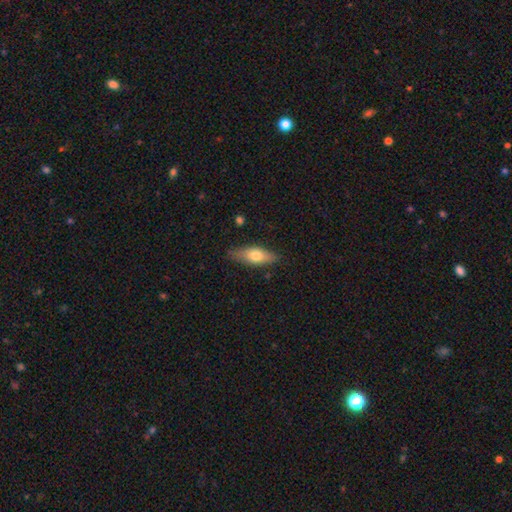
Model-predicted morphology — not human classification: Smooth or featured?
  - smooth: 67% *
  - featured or disk: 27%
  - star or artifact: 6%
How rounded?
  - in between: 66% *
  - cigar-shaped: 31%
  - round: 3%
Merging?
  - none: 81% *
  - minor disturbance: 15%
  - major disturbance: 3%
  - merger: 1%